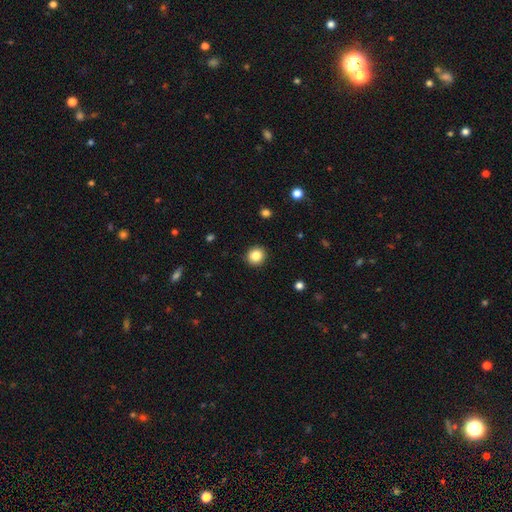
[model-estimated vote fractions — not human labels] Smooth or featured? smooth (85%)
How rounded? round (89%)
Merging? none (91%)